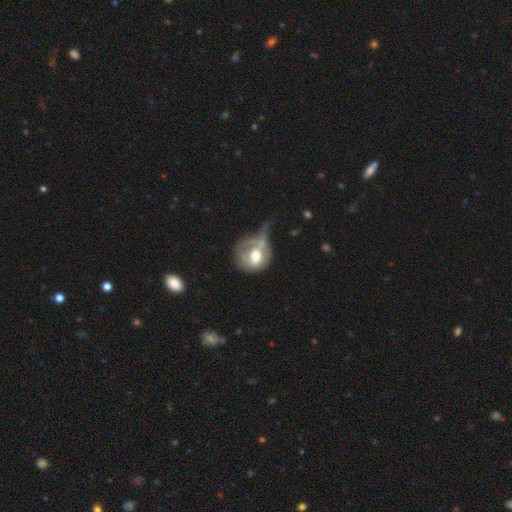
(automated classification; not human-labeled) Smooth or featured? smooth (50%)
Merging? major disturbance (39%)